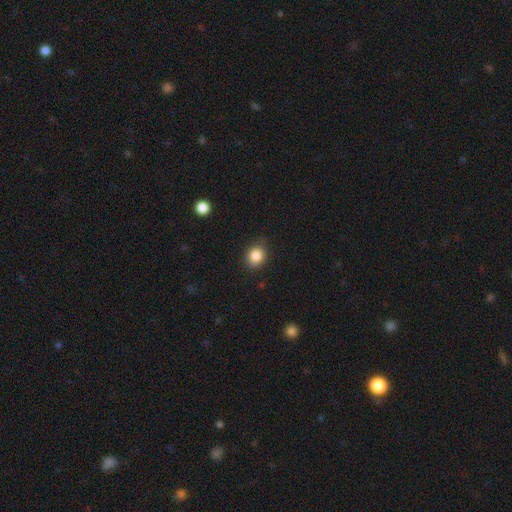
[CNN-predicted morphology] Smooth or featured? Predicted: smooth (p=0.85). How rounded? Predicted: round (p=0.66). Merging? Predicted: none (p=0.81).